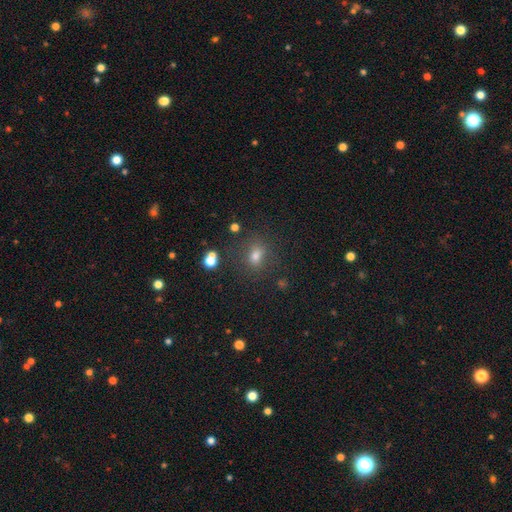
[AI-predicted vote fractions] smooth-or-featured: smooth: 70% | star or artifact: 21% | featured or disk: 10%
  how-rounded: in between: 50% | round: 48% | cigar-shaped: 3%
  merging: none: 78% | minor disturbance: 13% | merger: 5% | major disturbance: 5%